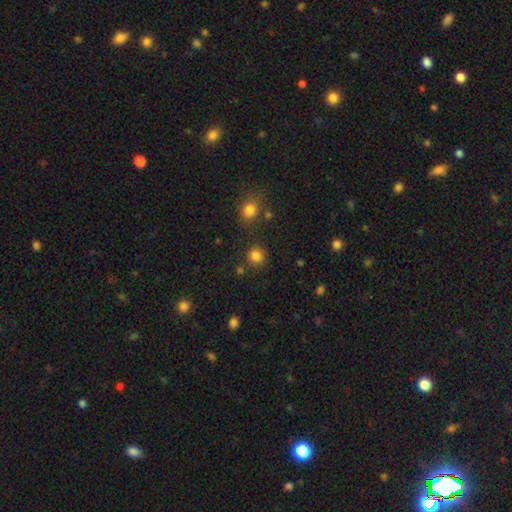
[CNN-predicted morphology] Q: Smooth or featured?
A: smooth (82%); runner-up: star or artifact (13%)
Q: How rounded?
A: round (90%); runner-up: in between (9%)
Q: Merging?
A: none (81%); runner-up: minor disturbance (9%)